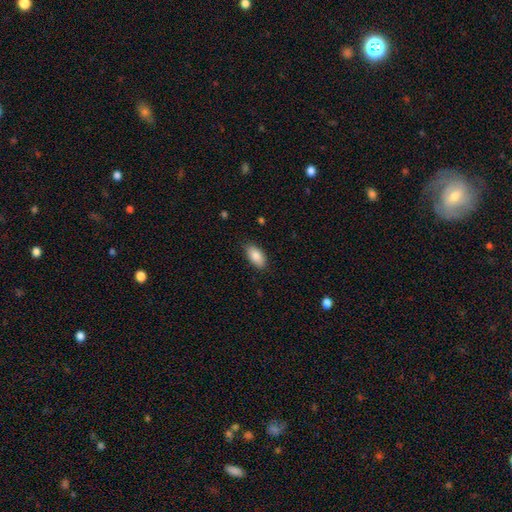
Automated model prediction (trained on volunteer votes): Smooth or featured: smooth — 86% (featured or disk — 7%)
How rounded: in between — 93% (cigar-shaped — 4%)
Merging: none — 84% (minor disturbance — 13%)